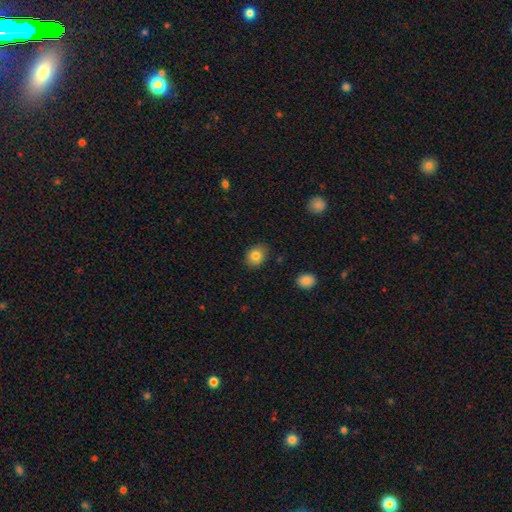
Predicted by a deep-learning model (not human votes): Smooth or featured: smooth — 83% (star or artifact — 9%)
How rounded: in between — 56% (round — 43%)
Merging: none — 85% (minor disturbance — 11%)